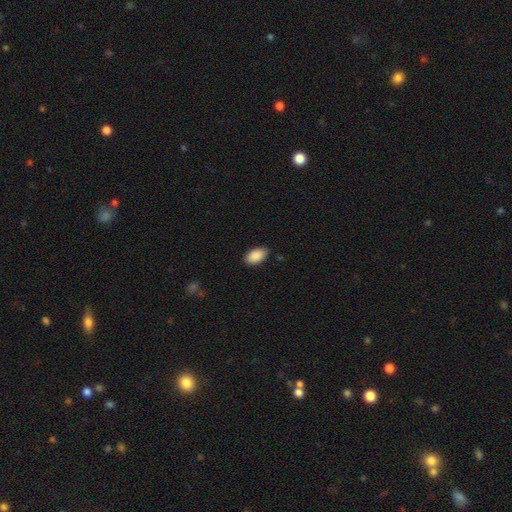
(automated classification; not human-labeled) smooth_or_featured: smooth (p=0.90) [alt: star or artifact p=0.06]
how_rounded: in between (p=0.94) [alt: round p=0.05]
merging: none (p=0.86) [alt: minor disturbance p=0.11]